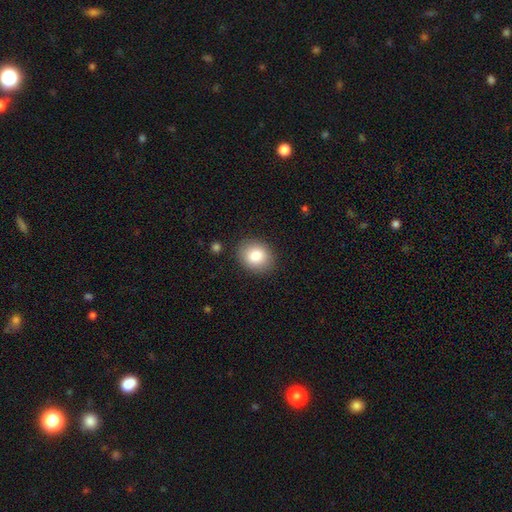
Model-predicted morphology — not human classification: Smooth or featured?
  - smooth: 84% *
  - star or artifact: 8%
  - featured or disk: 8%
How rounded?
  - round: 60% *
  - in between: 39%
  - cigar-shaped: 1%
Merging?
  - none: 87% *
  - minor disturbance: 9%
  - major disturbance: 3%
  - merger: 1%